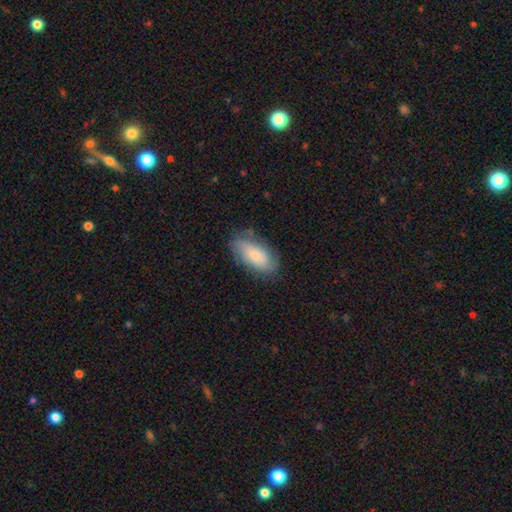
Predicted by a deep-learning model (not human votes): A smooth galaxy with no disk features (66%) that is in between round and cigar-shaped (89%). Merging: none (70%).